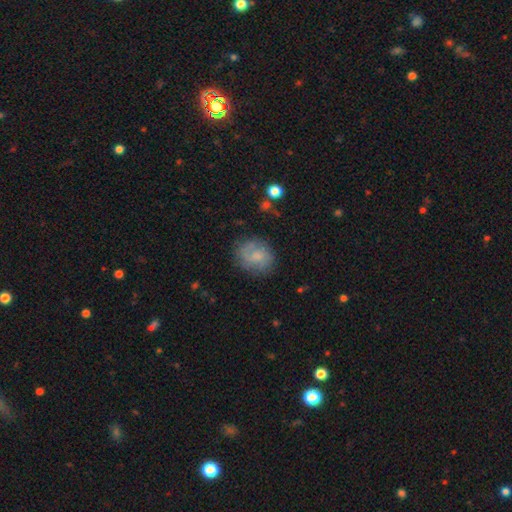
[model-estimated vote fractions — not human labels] smooth-or-featured: smooth: 52% | featured or disk: 39% | star or artifact: 9%
  how-rounded: round: 64% | in between: 35% | cigar-shaped: 1%
  merging: none: 69% | minor disturbance: 20% | major disturbance: 9% | merger: 2%